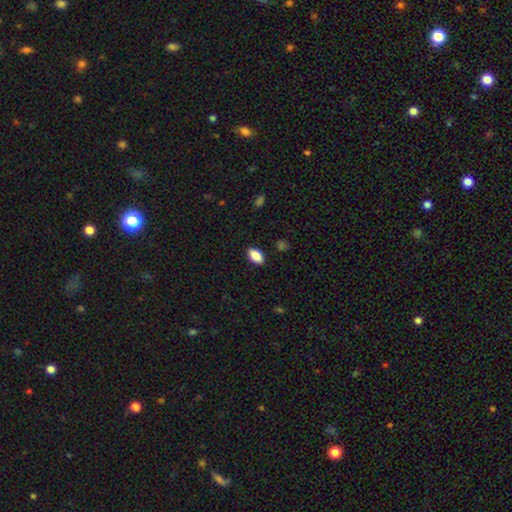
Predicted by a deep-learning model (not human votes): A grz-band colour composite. It shows a smooth galaxy with no disk features (87%) that is in between round and cigar-shaped (92%). Merging: none (89%).